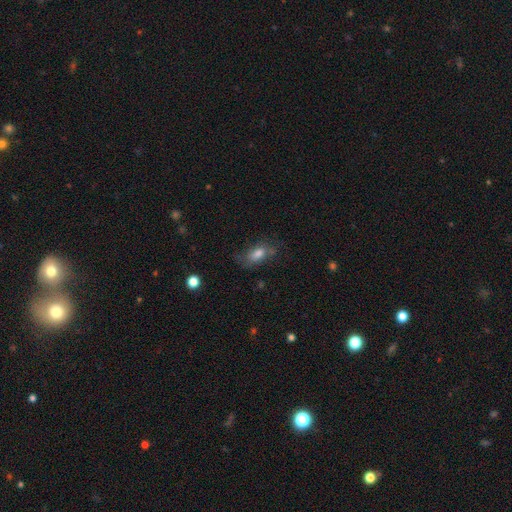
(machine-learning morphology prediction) smooth_or_featured: smooth (p=0.53) [alt: featured or disk p=0.31]
how_rounded: in between (p=0.77) [alt: cigar-shaped p=0.13]
merging: none (p=0.64) [alt: minor disturbance p=0.23]